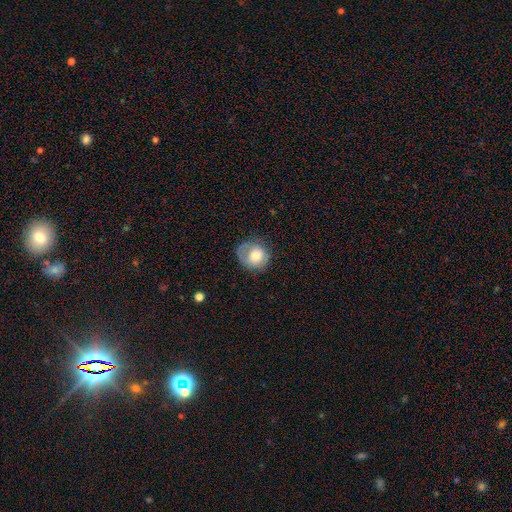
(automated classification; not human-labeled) A smooth galaxy with no disk features (70%) that is round (77%).

Vote fractions:
- Smooth or featured? smooth: 70% / featured or disk: 23% / star or artifact: 8%
- How rounded? round: 77% / in between: 22% / cigar-shaped: 1%
- Merging? none: 58% / minor disturbance: 25% / major disturbance: 15% / merger: 2%